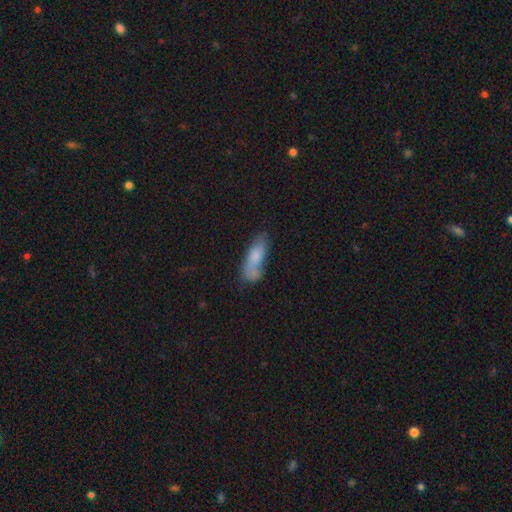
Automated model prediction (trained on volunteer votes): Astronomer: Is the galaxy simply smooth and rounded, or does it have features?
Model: smooth — 74%.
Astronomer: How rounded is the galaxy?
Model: in between — 59% (runner-up: cigar-shaped, 39%).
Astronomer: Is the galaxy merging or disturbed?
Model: none — 50% (runner-up: minor disturbance, 25%).